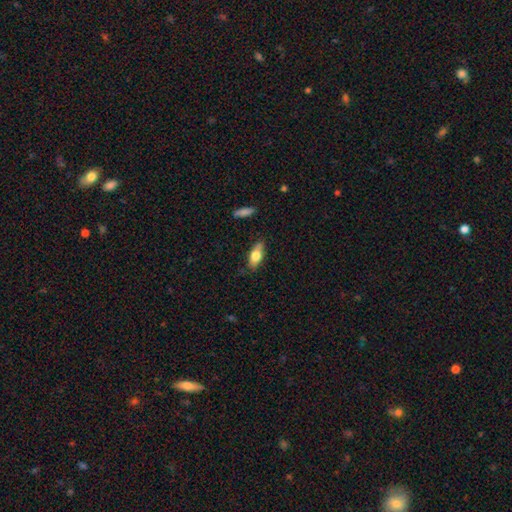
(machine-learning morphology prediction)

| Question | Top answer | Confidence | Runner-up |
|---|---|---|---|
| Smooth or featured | smooth | 72% | featured or disk (21%) |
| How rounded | in between | 78% | cigar-shaped (19%) |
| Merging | none | 73% | minor disturbance (19%) |